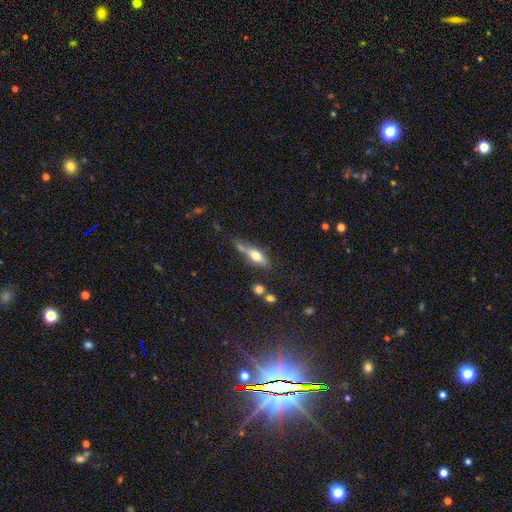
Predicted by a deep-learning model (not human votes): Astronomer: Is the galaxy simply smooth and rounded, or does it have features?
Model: smooth — 57% (runner-up: featured or disk, 34%).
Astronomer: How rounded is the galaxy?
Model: in between — 54% (runner-up: cigar-shaped, 42%).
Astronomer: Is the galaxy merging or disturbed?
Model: none — 47% (runner-up: minor disturbance, 25%).